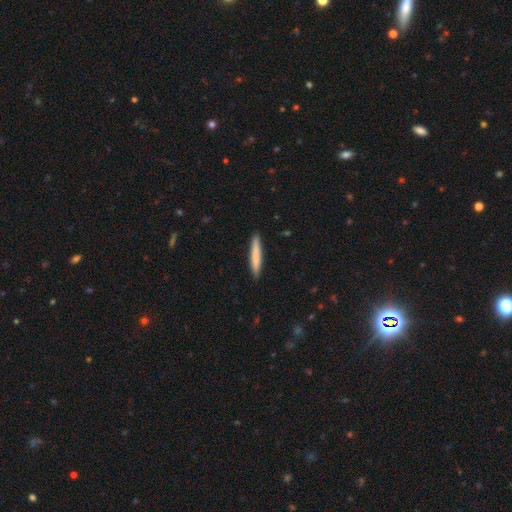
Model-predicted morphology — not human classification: Smooth or featured?
  - smooth: 79% *
  - featured or disk: 16%
  - star or artifact: 5%
How rounded?
  - cigar-shaped: 95% *
  - in between: 4%
  - round: 1%
Merging?
  - none: 91% *
  - minor disturbance: 6%
  - major disturbance: 1%
  - merger: 1%